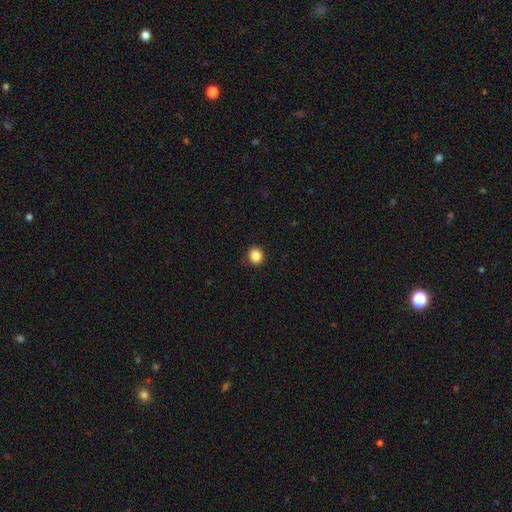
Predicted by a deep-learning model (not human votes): This appears to be a smooth galaxy with no disk features (86%) that is round (84%). Merging: none (89%).